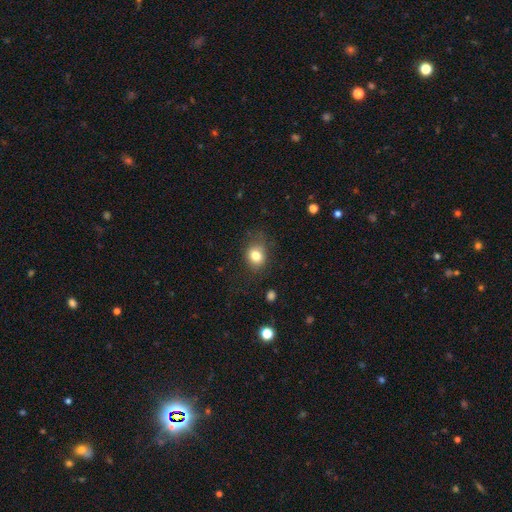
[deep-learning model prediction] Smooth or featured?
  - smooth: 80% *
  - star or artifact: 11%
  - featured or disk: 9%
How rounded?
  - round: 56% *
  - in between: 43%
  - cigar-shaped: 1%
Merging?
  - none: 67% *
  - minor disturbance: 22%
  - major disturbance: 9%
  - merger: 2%